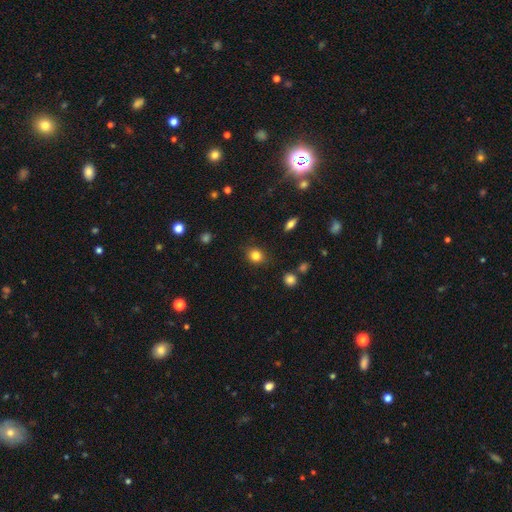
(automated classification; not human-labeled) Smooth or featured? Predicted: smooth (p=0.82). How rounded? Predicted: round (p=0.68). Merging? Predicted: none (p=0.86).